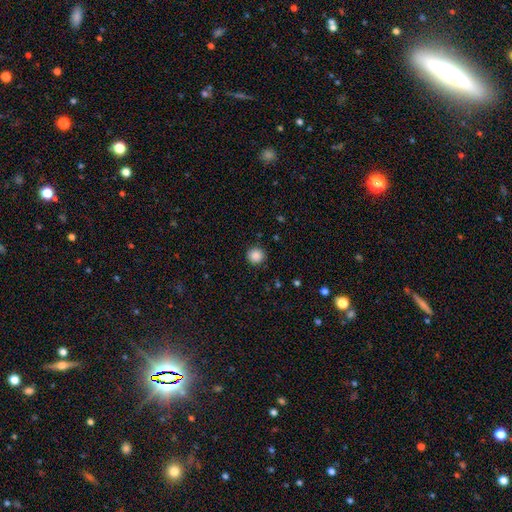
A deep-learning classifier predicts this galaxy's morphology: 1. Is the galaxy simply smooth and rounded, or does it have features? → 88% smooth, 10% star or artifact, 3% featured or disk.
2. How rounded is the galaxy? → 92% round, 7% in between, 1% cigar-shaped.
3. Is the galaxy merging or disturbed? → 90% none, 7% minor disturbance, 2% major disturbance, 1% merger.